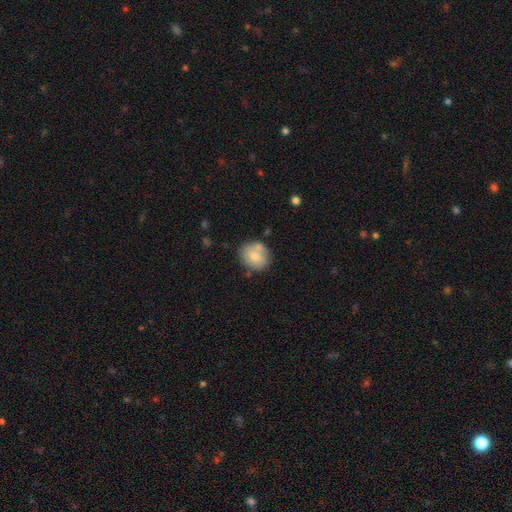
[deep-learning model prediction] smooth-or-featured: smooth: 72% | featured or disk: 20% | star or artifact: 8%
  how-rounded: round: 66% | in between: 33% | cigar-shaped: 1%
  merging: none: 64% | minor disturbance: 16% | merger: 16% | major disturbance: 4%